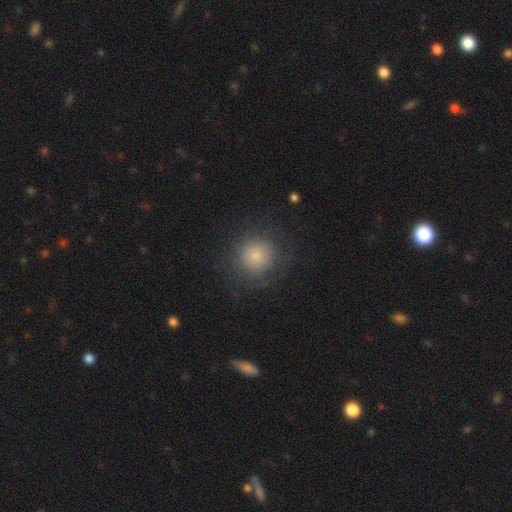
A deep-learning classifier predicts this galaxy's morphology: Overall: smooth (73%). How rounded: round (92%). Merging: none (78%).